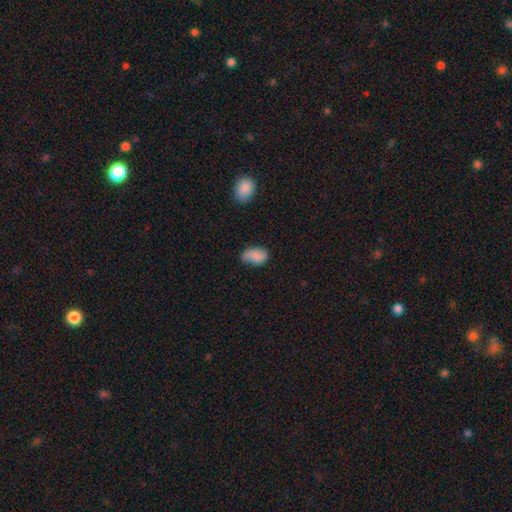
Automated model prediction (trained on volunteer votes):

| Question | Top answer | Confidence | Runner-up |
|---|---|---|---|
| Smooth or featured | smooth | 75% | featured or disk (16%) |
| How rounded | in between | 89% | round (10%) |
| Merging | none | 48% | minor disturbance (37%) |